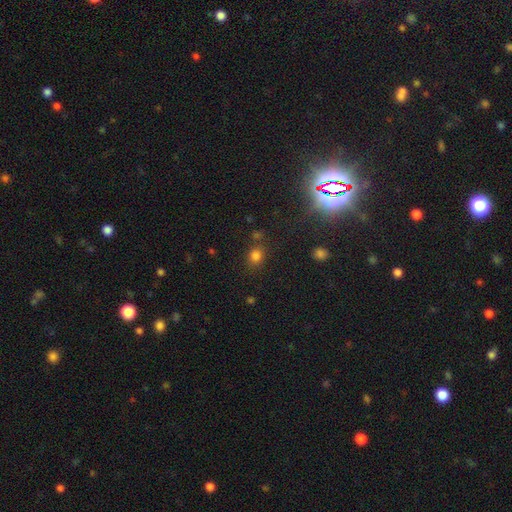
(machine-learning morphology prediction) type=smooth (77%); roundness=round (65%); merging=none (76%).